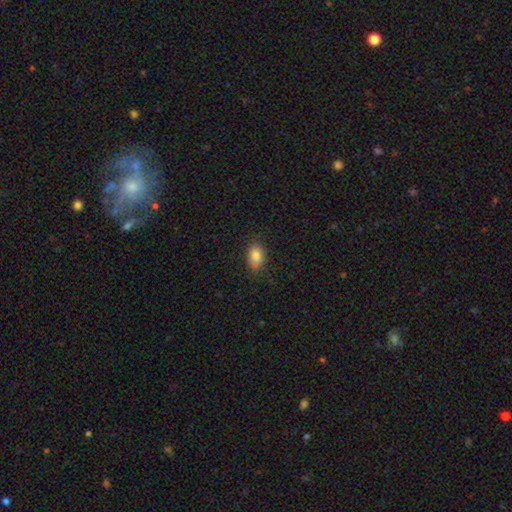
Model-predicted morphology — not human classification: This is clearly a smooth galaxy (85%). How rounded: clearly in between (82%). Merging: clearly none (81%).